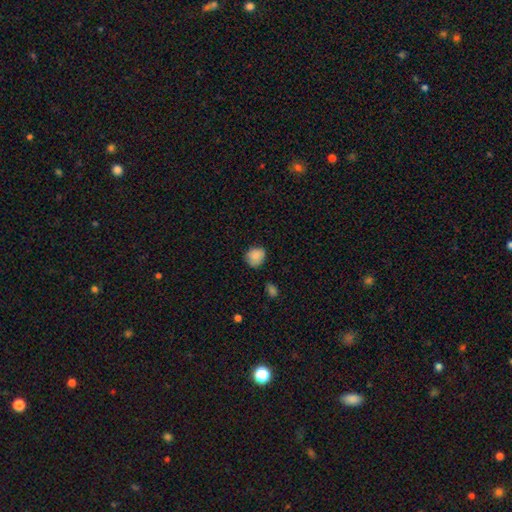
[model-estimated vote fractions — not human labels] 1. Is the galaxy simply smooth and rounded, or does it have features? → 87% smooth, 8% star or artifact, 5% featured or disk.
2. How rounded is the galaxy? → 75% round, 24% in between, 1% cigar-shaped.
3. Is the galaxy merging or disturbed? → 75% none, 21% minor disturbance, 3% major disturbance, 2% merger.